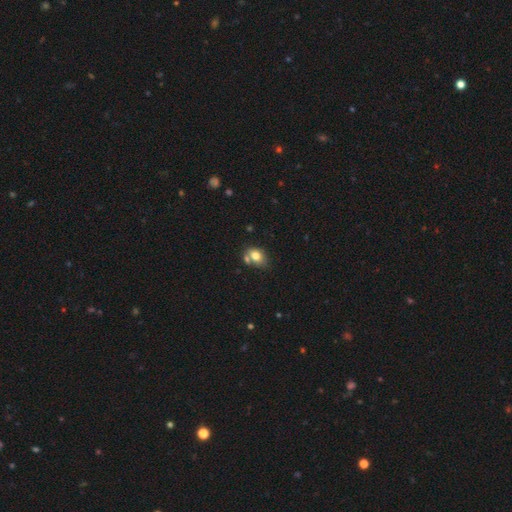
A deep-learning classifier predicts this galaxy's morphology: Q: Smooth or featured?
A: smooth (75%); runner-up: featured or disk (15%)
Q: How rounded?
A: in between (72%); runner-up: round (27%)
Q: Merging?
A: none (50%); runner-up: merger (28%)